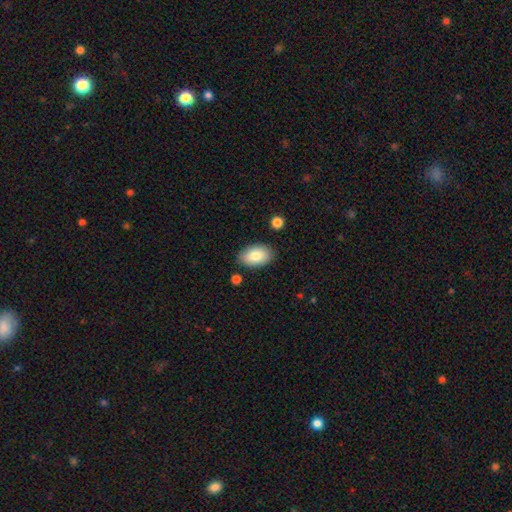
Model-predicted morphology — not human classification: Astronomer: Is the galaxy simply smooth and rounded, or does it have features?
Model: smooth — 83%.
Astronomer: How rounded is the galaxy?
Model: in between — 93%.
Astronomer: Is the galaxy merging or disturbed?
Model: none — 84%.